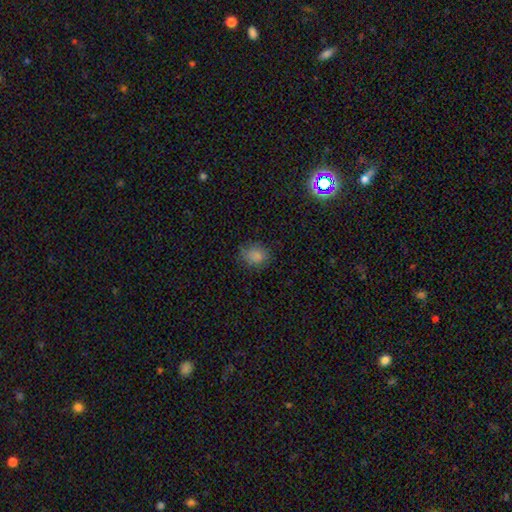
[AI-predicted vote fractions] Q: Smooth or featured?
A: smooth (81%); runner-up: star or artifact (13%)
Q: How rounded?
A: round (58%); runner-up: in between (40%)
Q: Merging?
A: none (72%); runner-up: minor disturbance (21%)